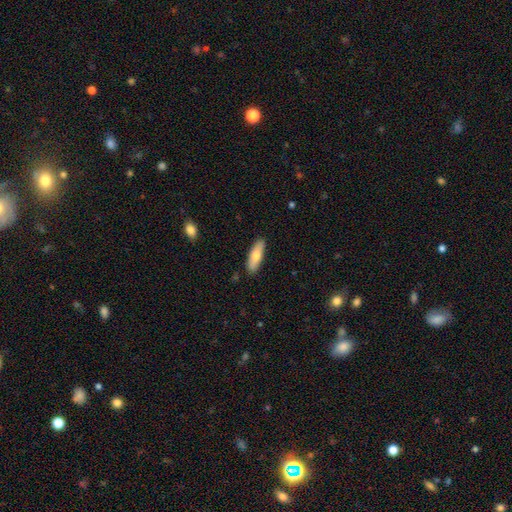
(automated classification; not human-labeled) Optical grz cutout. It shows a smooth galaxy with no disk features (74%) that is in between round and cigar-shaped (51%). Merging: none (88%).